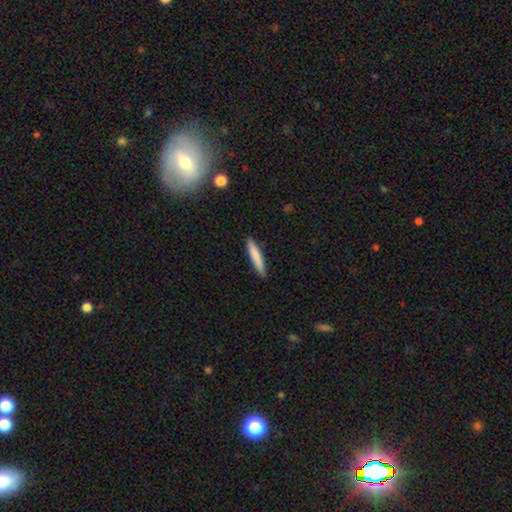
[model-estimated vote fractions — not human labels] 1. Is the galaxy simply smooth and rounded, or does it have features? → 81% smooth, 13% featured or disk, 5% star or artifact.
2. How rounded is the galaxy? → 91% cigar-shaped, 7% in between, 1% round.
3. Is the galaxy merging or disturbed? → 90% none, 8% minor disturbance, 1% major disturbance, 1% merger.